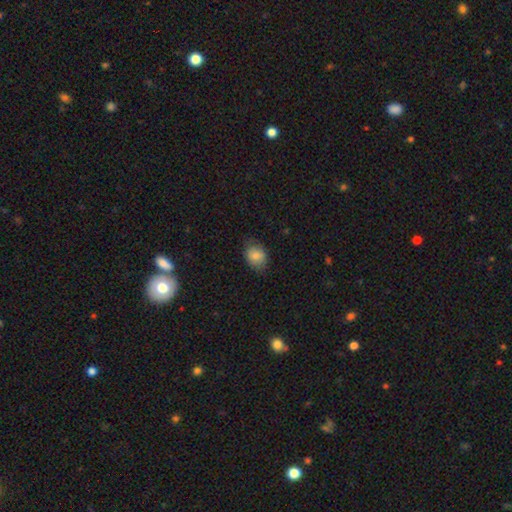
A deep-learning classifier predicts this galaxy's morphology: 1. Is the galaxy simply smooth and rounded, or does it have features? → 82% smooth, 10% featured or disk, 8% star or artifact.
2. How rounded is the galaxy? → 55% in between, 44% round, 1% cigar-shaped.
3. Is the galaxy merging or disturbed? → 72% none, 21% minor disturbance, 6% major disturbance, 1% merger.